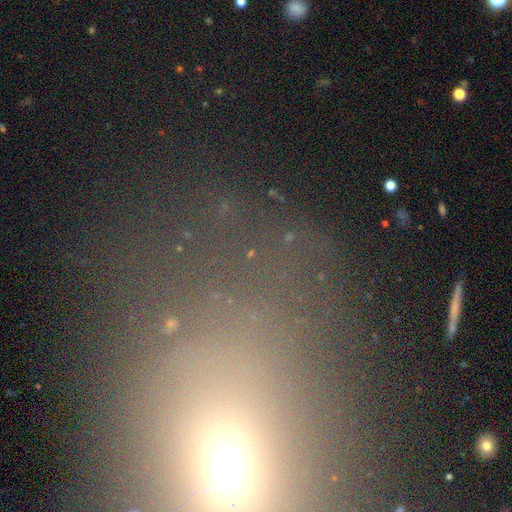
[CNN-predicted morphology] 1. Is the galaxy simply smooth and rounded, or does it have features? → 50% star or artifact, 35% smooth, 15% featured or disk.